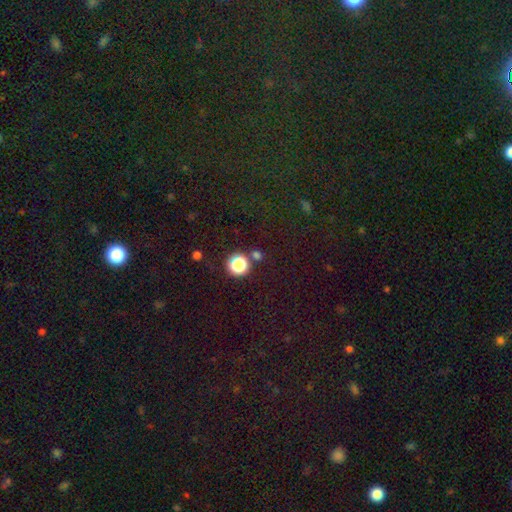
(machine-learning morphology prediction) type=smooth (55%); roundness=round (88%); merging=none (81%).